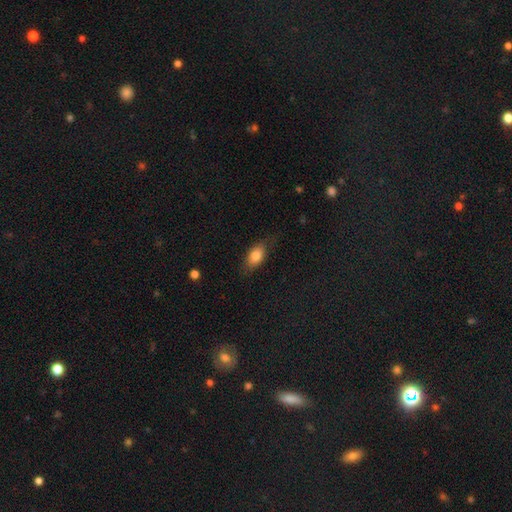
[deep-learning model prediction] This is likely a smooth galaxy (80%). How rounded: clearly in between (87%). Merging: likely none (74%).